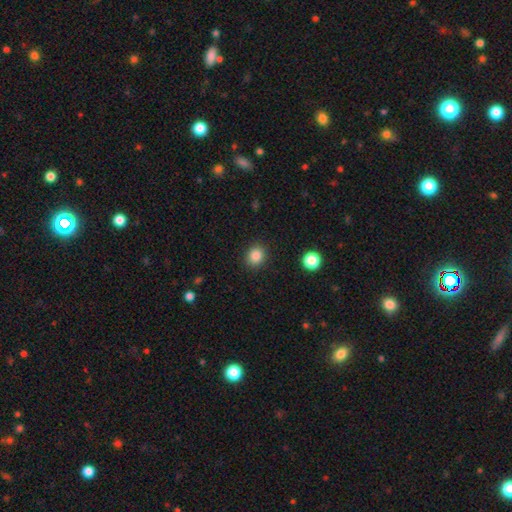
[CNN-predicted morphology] A smooth galaxy with no disk features (85%) that is round (74%). Merging: none (89%).